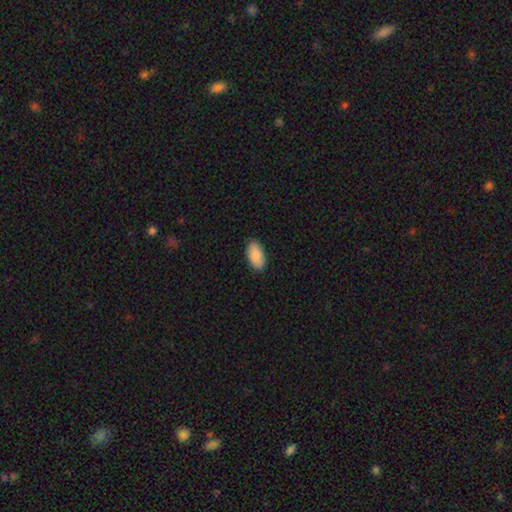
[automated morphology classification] smooth-or-featured: smooth: 88% | featured or disk: 6% | star or artifact: 6%
  how-rounded: in between: 95% | cigar-shaped: 3% | round: 2%
  merging: none: 87% | minor disturbance: 10% | major disturbance: 2% | merger: 1%